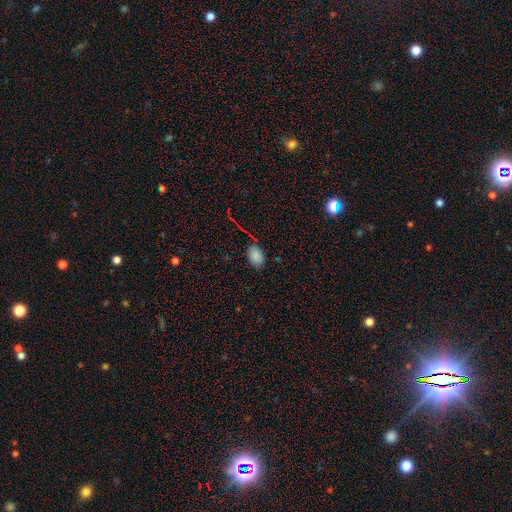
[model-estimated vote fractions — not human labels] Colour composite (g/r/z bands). It shows a smooth galaxy with no disk features (82%) that is in between round and cigar-shaped (86%). Merging: none (77%).